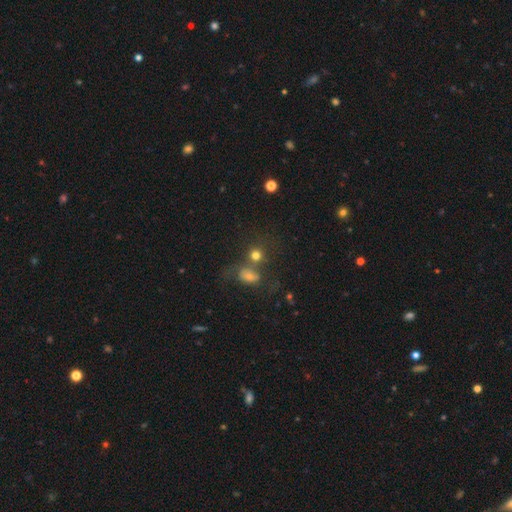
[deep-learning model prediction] smooth 73%, star or artifact 15%, featured or disk 12%. Down the decision tree: how rounded — round (80%); merging — none (46%).